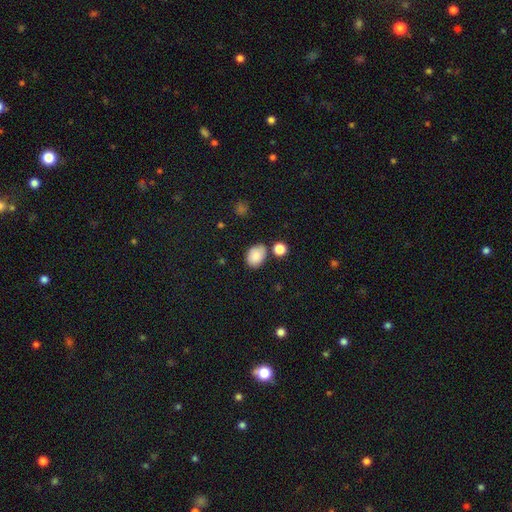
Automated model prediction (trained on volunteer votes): smooth_or_featured: smooth (p=0.84) [alt: star or artifact p=0.09]
how_rounded: in between (p=0.76) [alt: round p=0.23]
merging: none (p=0.71) [alt: minor disturbance p=0.17]